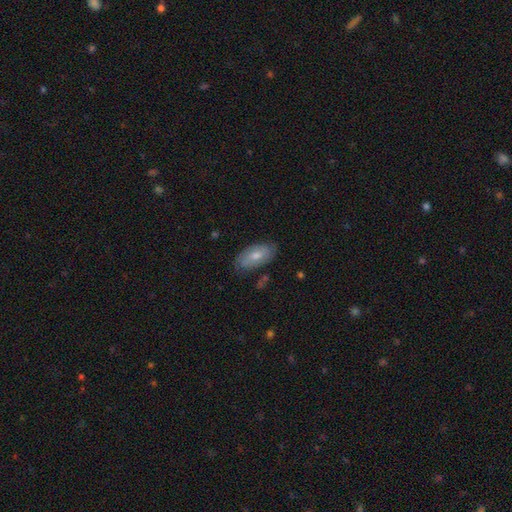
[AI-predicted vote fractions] A smooth galaxy with no disk features (65%) that is in between round and cigar-shaped (92%).

Vote fractions:
- Smooth or featured? smooth: 65% / featured or disk: 28% / star or artifact: 6%
- How rounded? in between: 92% / cigar-shaped: 5% / round: 3%
- Merging? none: 76% / minor disturbance: 19% / major disturbance: 4% / merger: 2%